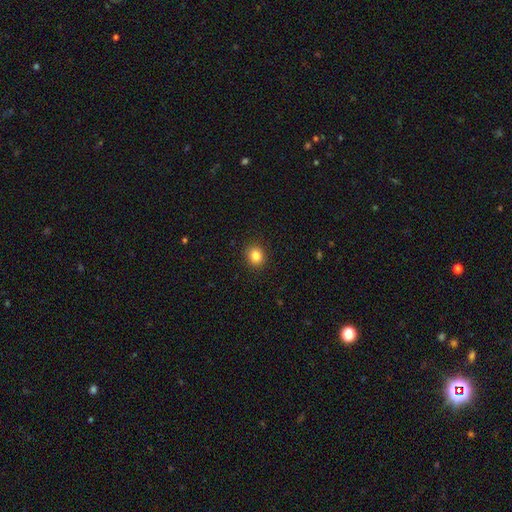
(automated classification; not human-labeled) Smooth or featured?
  - smooth: 84% *
  - star or artifact: 11%
  - featured or disk: 5%
How rounded?
  - round: 79% *
  - in between: 20%
  - cigar-shaped: 1%
Merging?
  - none: 91% *
  - minor disturbance: 6%
  - major disturbance: 2%
  - merger: 1%